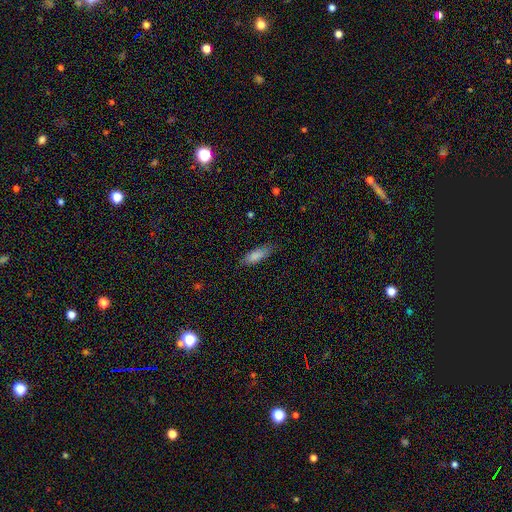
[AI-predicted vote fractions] Morphology: type=smooth (85%); roundness=in between (60%); merging=none (80%).